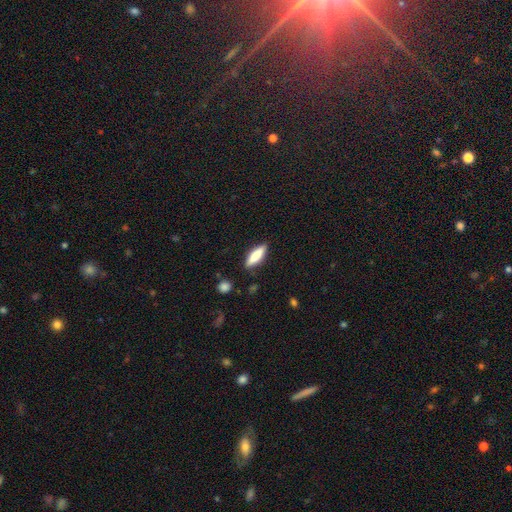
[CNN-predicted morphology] smooth-or-featured: smooth: 75% | featured or disk: 19% | star or artifact: 6%
  how-rounded: cigar-shaped: 56% | in between: 42% | round: 2%
  merging: none: 86% | minor disturbance: 10% | major disturbance: 2% | merger: 2%